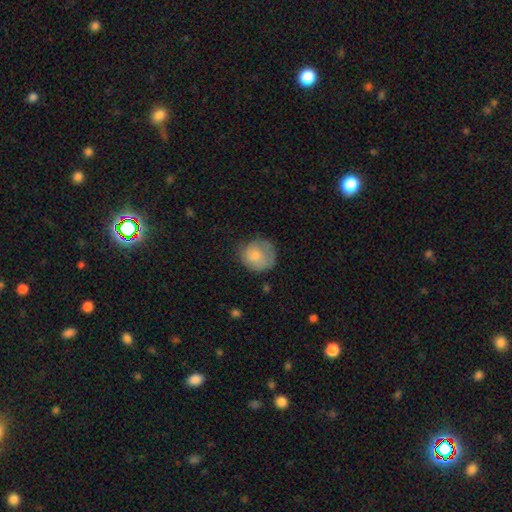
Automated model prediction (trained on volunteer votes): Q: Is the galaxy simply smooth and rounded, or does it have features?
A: smooth — 76%.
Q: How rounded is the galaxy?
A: round — 83%.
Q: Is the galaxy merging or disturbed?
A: none — 55%.